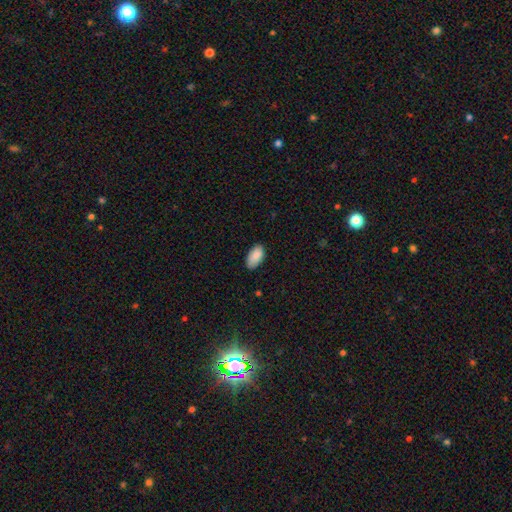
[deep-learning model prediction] smooth_or_featured: smooth (p=0.89) [alt: star or artifact p=0.06]
how_rounded: in between (p=0.95) [alt: round p=0.02]
merging: none (p=0.80) [alt: minor disturbance p=0.16]